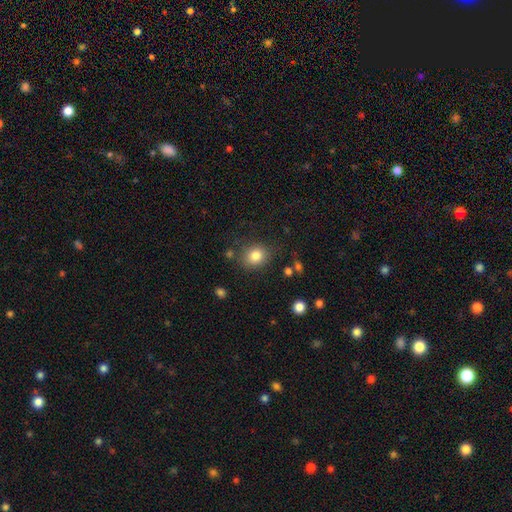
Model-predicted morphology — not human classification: This appears to be a smooth galaxy with no disk features (82%) that is round (64%). Merging: none (78%).